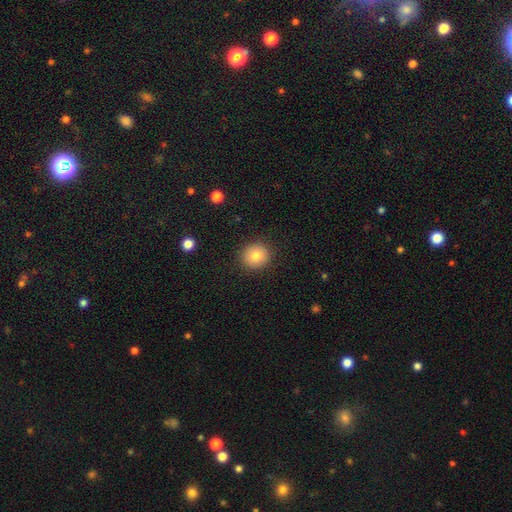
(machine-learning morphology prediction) Overall: smooth (81%). How rounded: round (87%). Merging: none (90%).